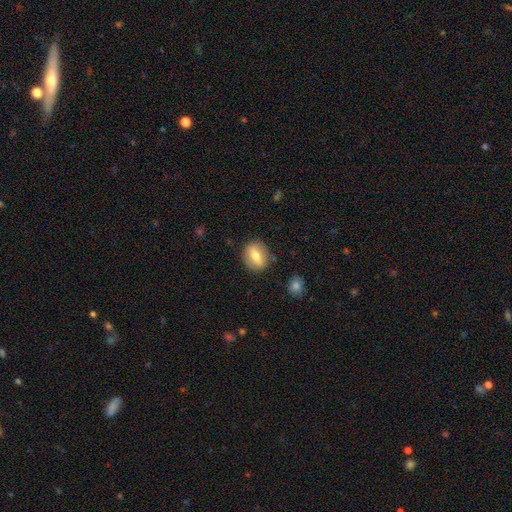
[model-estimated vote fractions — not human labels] A smooth galaxy with no disk features (61%) that is round (53%). Merging: none (85%).